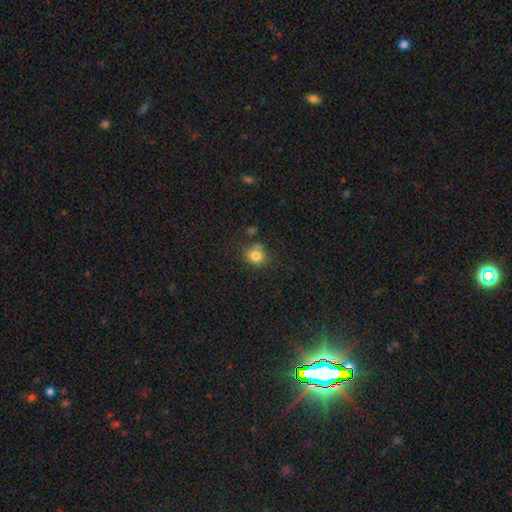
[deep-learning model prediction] This appears to be a smooth galaxy with no disk features (81%) that is round (78%). Merging: none (69%).